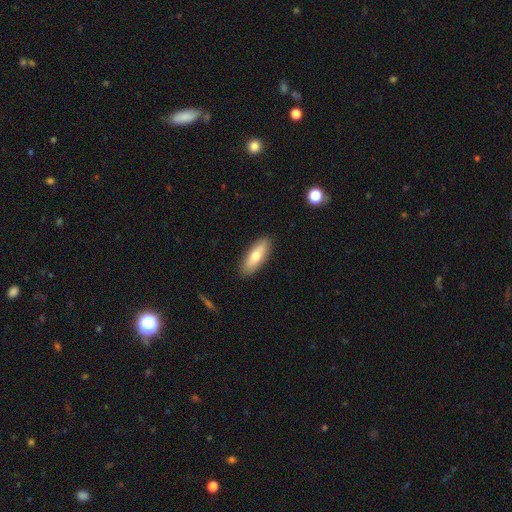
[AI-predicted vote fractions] Smooth or featured?
  - smooth: 68% *
  - featured or disk: 26%
  - star or artifact: 6%
How rounded?
  - in between: 63% *
  - cigar-shaped: 34%
  - round: 2%
Merging?
  - none: 89% *
  - minor disturbance: 8%
  - major disturbance: 2%
  - merger: 1%